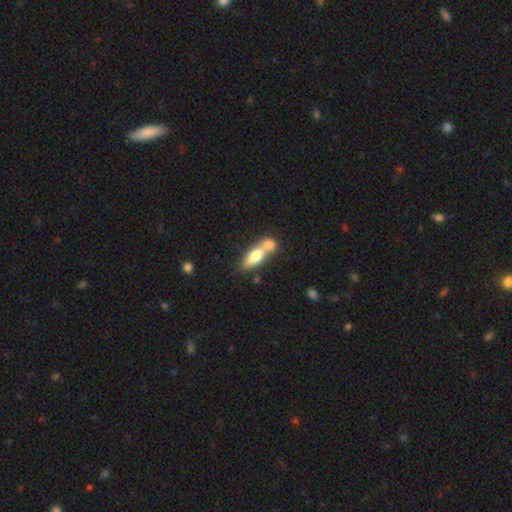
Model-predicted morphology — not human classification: smooth 71%, featured or disk 23%, star or artifact 7%. Down the decision tree: how rounded — in between (72%); merging — merger (62%).